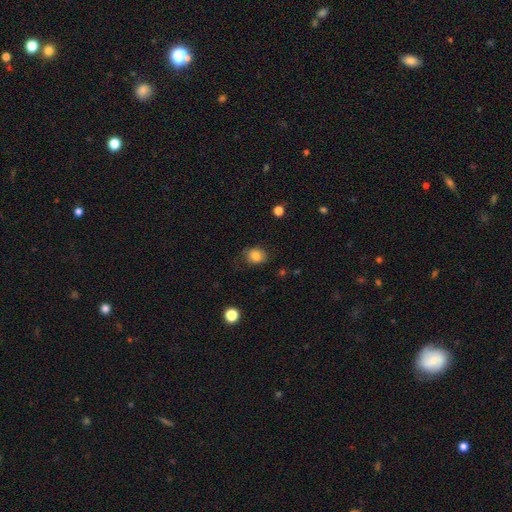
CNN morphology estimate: A smooth galaxy with no disk features (81%) that is round (57%).

Vote fractions:
- Smooth or featured? smooth: 81% / star or artifact: 10% / featured or disk: 9%
- How rounded? round: 57% / in between: 42% / cigar-shaped: 1%
- Merging? none: 76% / minor disturbance: 18% / major disturbance: 4% / merger: 1%